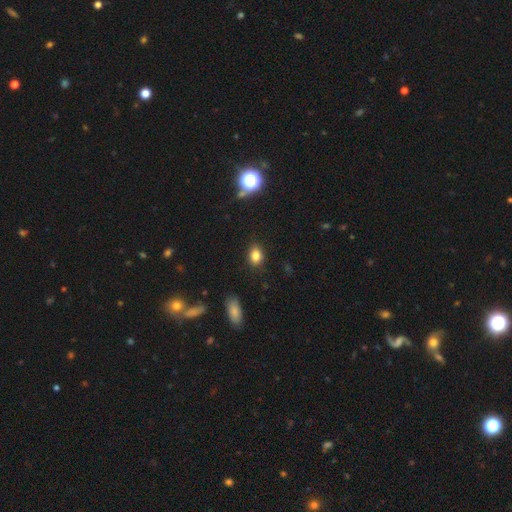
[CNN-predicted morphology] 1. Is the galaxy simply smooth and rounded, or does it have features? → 82% smooth, 12% star or artifact, 6% featured or disk.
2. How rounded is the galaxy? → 66% in between, 33% round, 2% cigar-shaped.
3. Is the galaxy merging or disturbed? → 85% none, 11% minor disturbance, 3% major disturbance, 1% merger.